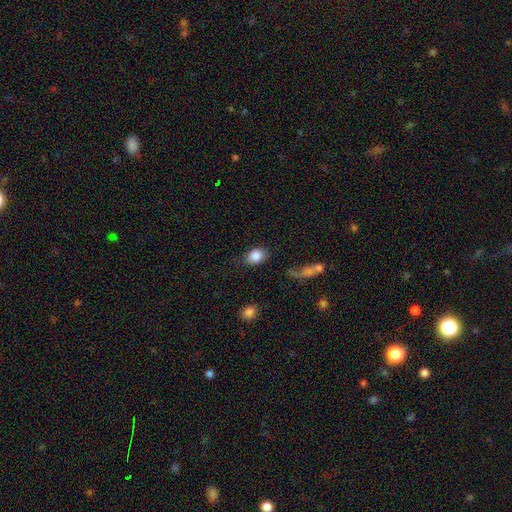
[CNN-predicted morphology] This appears to be a smooth galaxy with no disk features (85%) that is in between round and cigar-shaped (62%). Merging: none (75%).